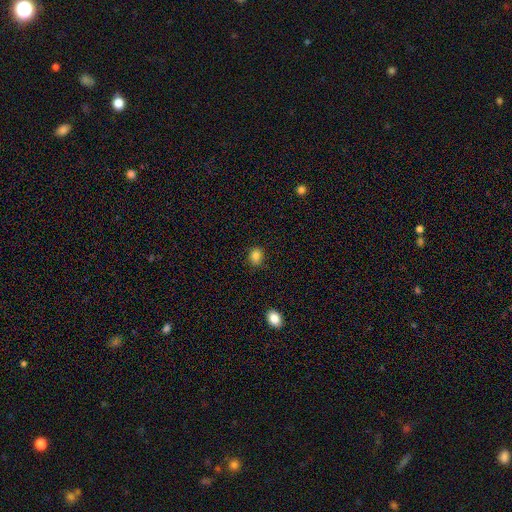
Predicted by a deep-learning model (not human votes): Morphology: type=smooth (84%); roundness=round (54%); merging=none (84%).